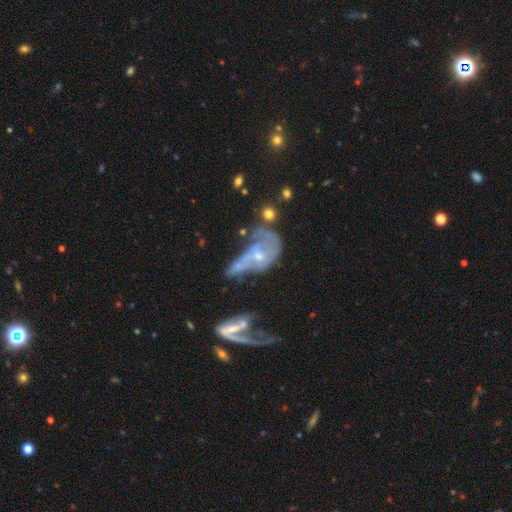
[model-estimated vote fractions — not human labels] smooth-or-featured: featured or disk: 67% | smooth: 20% | star or artifact: 13%
  disk-edge-on: no: 94% | yes: 6%
    bar: no: 75% | weak: 19% | strong: 6%
    has-spiral-arms: yes: 51% | no: 49%
    bulge-size: small: 50% | moderate: 38% | none: 8% | large: 2% | dominant: 1%
  merging: merger: 55% | major disturbance: 27% | none: 10% | minor disturbance: 8%